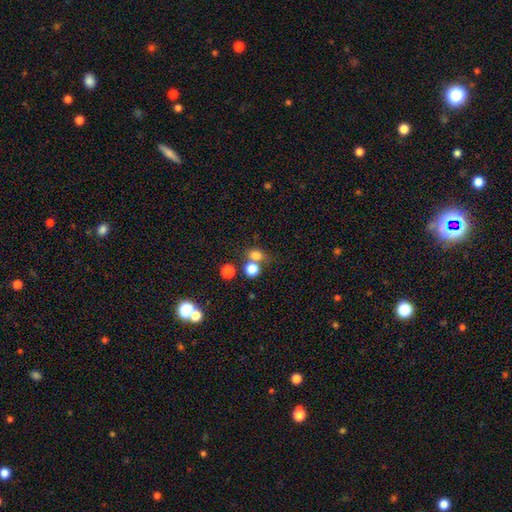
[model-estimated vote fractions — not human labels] Smooth or featured: smooth — 77% (star or artifact — 15%)
How rounded: round — 59% (in between — 40%)
Merging: none — 51% (merger — 33%)